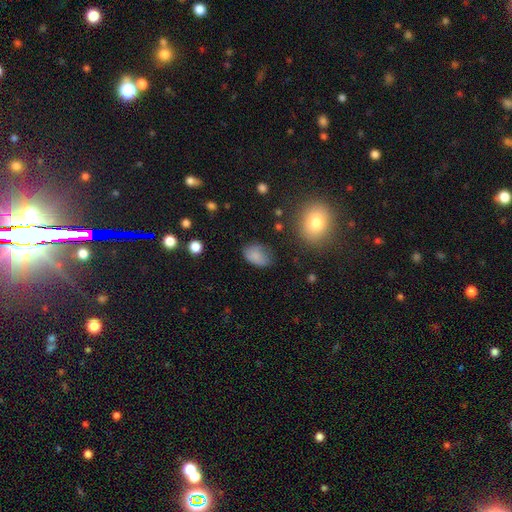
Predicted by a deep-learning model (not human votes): Overall: smooth (81%). How rounded: in between (85%). Merging: none (61%; minor disturbance 28%).